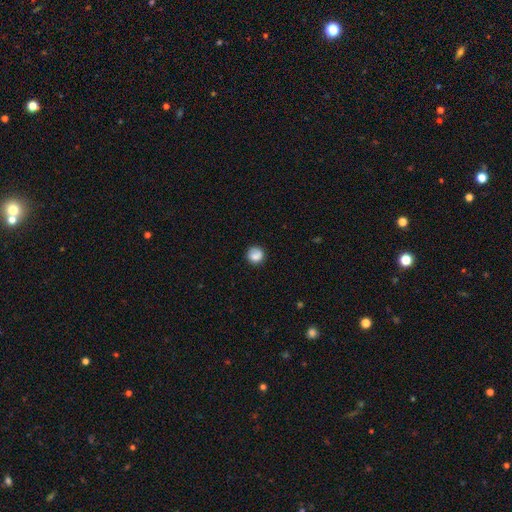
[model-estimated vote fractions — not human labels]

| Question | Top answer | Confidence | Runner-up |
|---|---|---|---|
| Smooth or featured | smooth | 82% | featured or disk (9%) |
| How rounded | round | 89% | in between (10%) |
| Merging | none | 76% | minor disturbance (17%) |